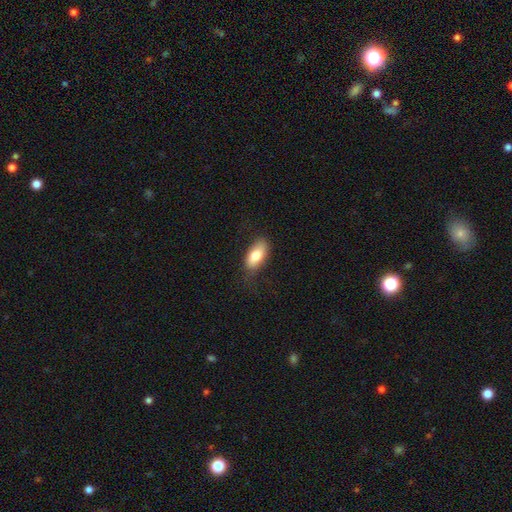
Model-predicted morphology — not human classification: Q: Smooth or featured?
A: smooth (78%); runner-up: featured or disk (15%)
Q: How rounded?
A: in between (89%); runner-up: cigar-shaped (7%)
Q: Merging?
A: none (73%); runner-up: minor disturbance (20%)